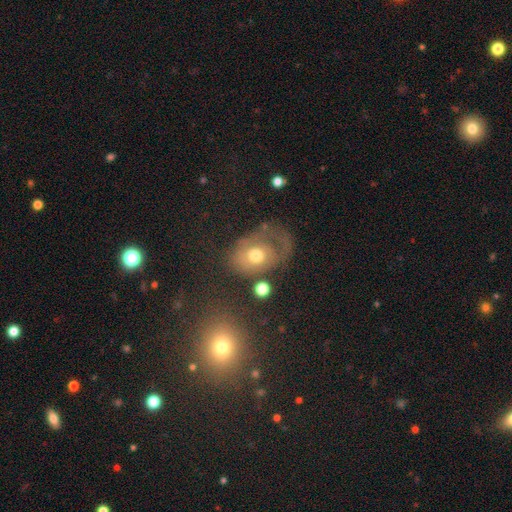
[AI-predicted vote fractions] This appears to be a smooth galaxy with no disk features (49%). Merging: major disturbance (37%).